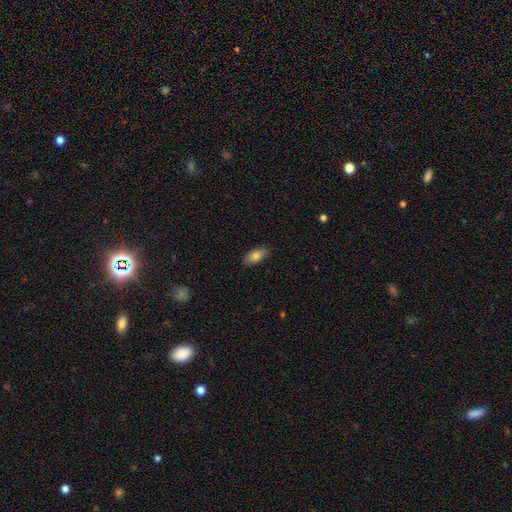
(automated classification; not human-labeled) This is likely a smooth galaxy (79%). How rounded: clearly in between (88%). Merging: clearly none (86%).